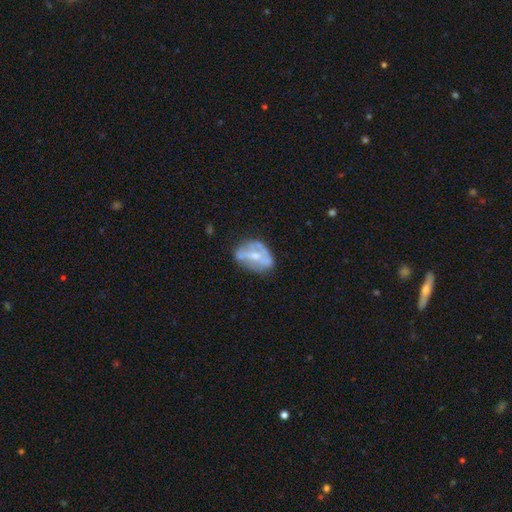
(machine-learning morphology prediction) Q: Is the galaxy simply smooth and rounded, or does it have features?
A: featured or disk — 60%.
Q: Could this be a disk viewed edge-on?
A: no — 95%.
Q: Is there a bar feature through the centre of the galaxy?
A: no — 56%.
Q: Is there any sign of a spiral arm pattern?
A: no — 71%.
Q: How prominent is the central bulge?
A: moderate — 44%.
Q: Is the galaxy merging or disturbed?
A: none — 48%.